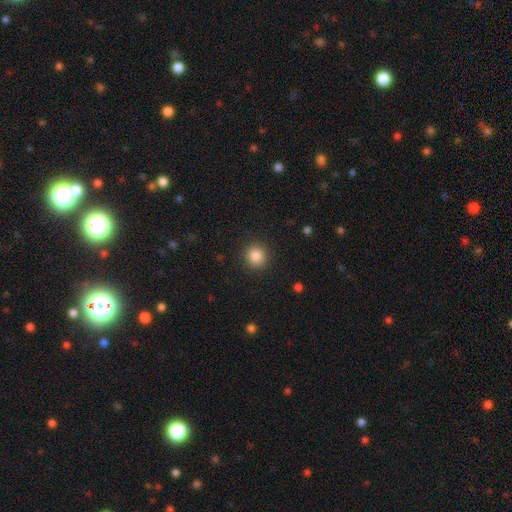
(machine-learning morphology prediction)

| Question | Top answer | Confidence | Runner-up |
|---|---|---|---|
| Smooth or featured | smooth | 85% | star or artifact (10%) |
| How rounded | round | 93% | in between (6%) |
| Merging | none | 91% | minor disturbance (6%) |